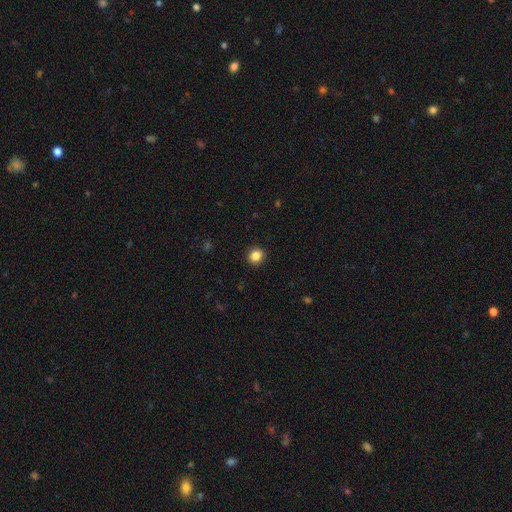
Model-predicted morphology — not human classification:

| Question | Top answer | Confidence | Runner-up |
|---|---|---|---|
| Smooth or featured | smooth | 86% | star or artifact (10%) |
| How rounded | round | 85% | in between (14%) |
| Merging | none | 92% | minor disturbance (5%) |